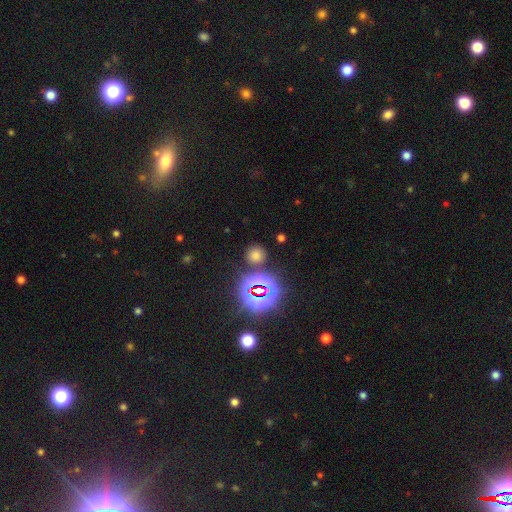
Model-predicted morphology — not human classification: The model was most divided on "smooth or featured": smooth: 62%, star or artifact: 32%, featured or disk: 6%. More confident: how rounded — round (90%); merging — none (84%).